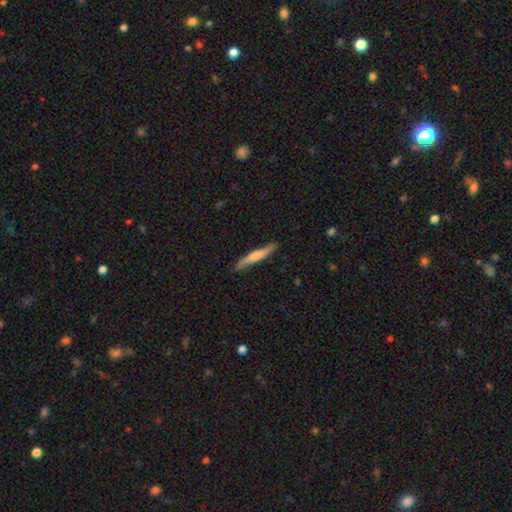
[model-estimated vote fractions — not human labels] A smooth galaxy with no disk features (52%) that is cigar-shaped (93%).

Vote fractions:
- Smooth or featured? smooth: 52% / featured or disk: 43% / star or artifact: 5%
- How rounded? cigar-shaped: 93% / in between: 6% / round: 2%
- Merging? none: 84% / minor disturbance: 12% / major disturbance: 2% / merger: 1%